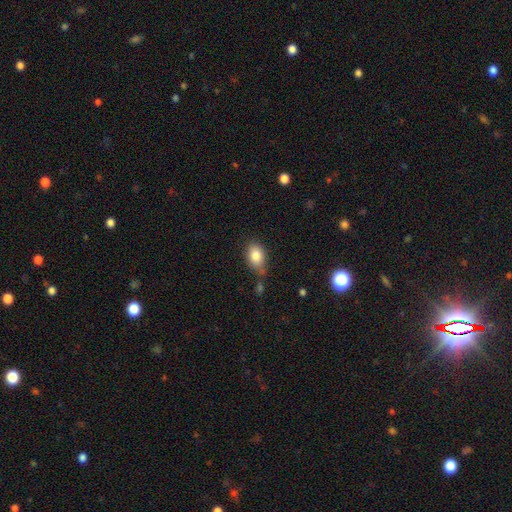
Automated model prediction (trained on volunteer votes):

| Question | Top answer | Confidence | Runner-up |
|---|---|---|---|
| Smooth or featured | smooth | 82% | featured or disk (9%) |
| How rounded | in between | 81% | round (17%) |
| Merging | none | 62% | minor disturbance (22%) |